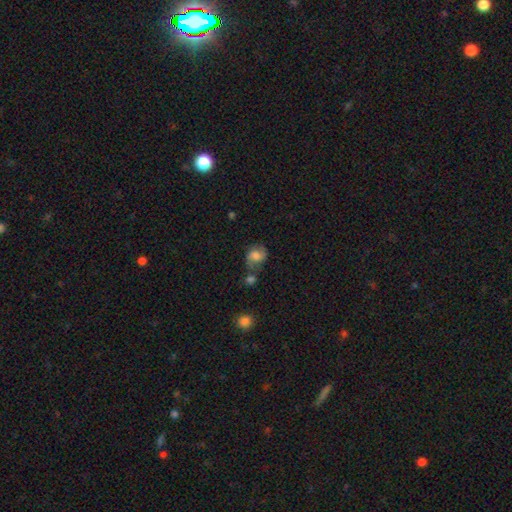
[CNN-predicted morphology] Smooth or featured: smooth — 55% (featured or disk — 35%)
How rounded: round — 55% (in between — 44%)
Merging: none — 54% (minor disturbance — 21%)